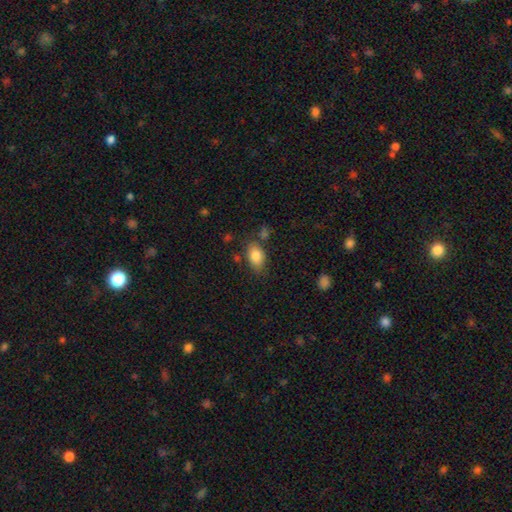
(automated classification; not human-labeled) Overall: smooth (83%). How rounded: in between (88%). Merging: none (72%).